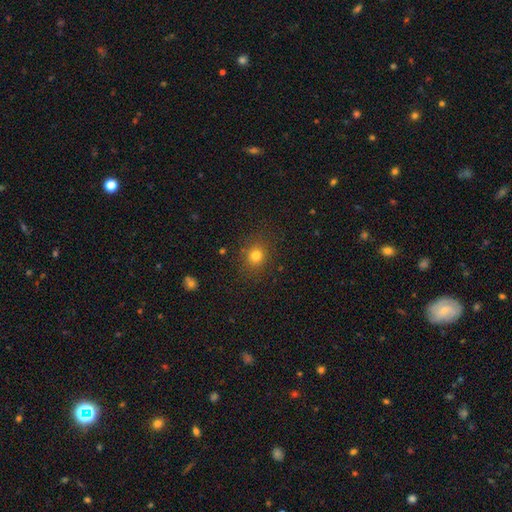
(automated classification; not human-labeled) A smooth galaxy with no disk features (78%) that is round (79%). Merging: none (85%).